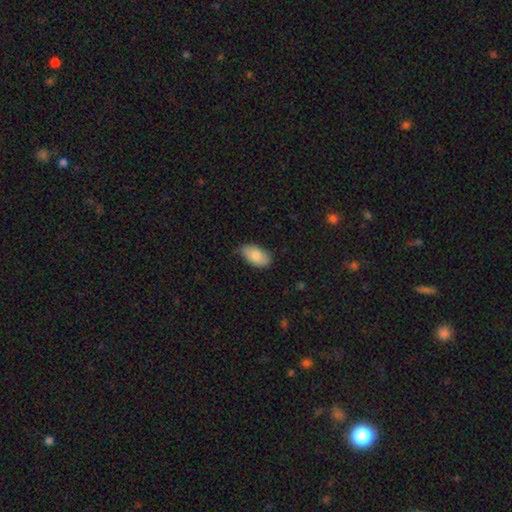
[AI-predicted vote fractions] smooth-or-featured: smooth: 86% | featured or disk: 7% | star or artifact: 6%
  how-rounded: in between: 94% | round: 4% | cigar-shaped: 2%
  merging: none: 71% | minor disturbance: 25% | major disturbance: 3% | merger: 1%